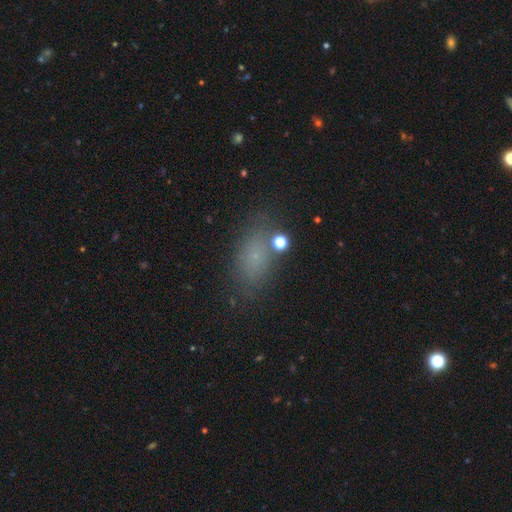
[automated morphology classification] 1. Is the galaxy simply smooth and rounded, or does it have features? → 69% smooth, 20% star or artifact, 11% featured or disk.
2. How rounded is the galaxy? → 83% in between, 12% round, 6% cigar-shaped.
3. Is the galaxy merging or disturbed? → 75% none, 14% minor disturbance, 6% major disturbance, 5% merger.